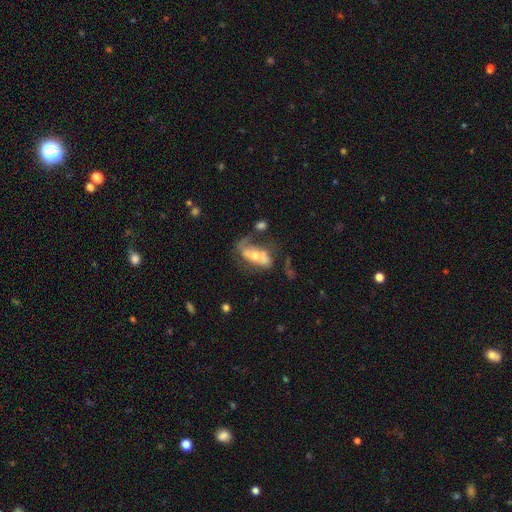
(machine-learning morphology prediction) Smooth or featured? Predicted: featured or disk (p=0.62). Edge-on disk? Predicted: no (p=0.86). Bar? Predicted: no (p=0.49). Spiral arms? Predicted: yes (p=0.64). Bulge size? Predicted: moderate (p=0.62). Merging? Predicted: none (p=0.36).